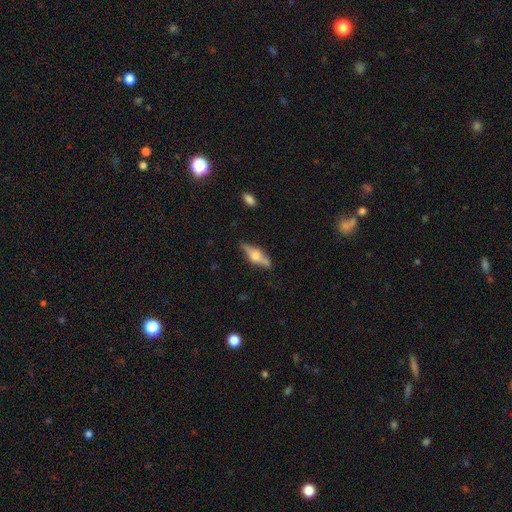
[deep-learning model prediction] smooth_or_featured: featured or disk (p=0.62) [alt: smooth p=0.31]
disk_edge_on: yes (p=0.93) [alt: no p=0.07]
edge_on_bulge: rounded (p=0.89) [alt: boxy p=0.09]
merging: none (p=0.76) [alt: minor disturbance p=0.16]